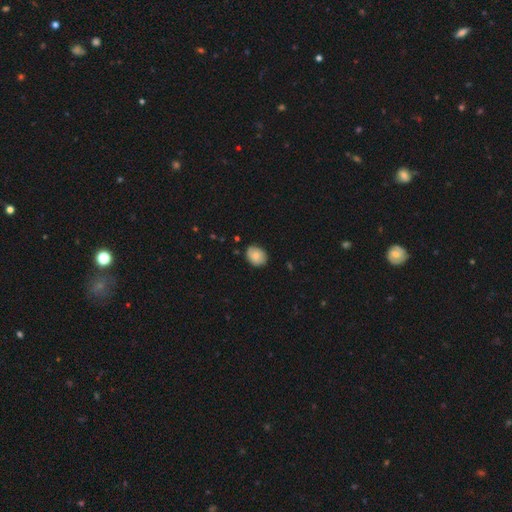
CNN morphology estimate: Smooth or featured? Predicted: smooth (p=0.79). How rounded? Predicted: in between (p=0.59). Merging? Predicted: none (p=0.77).